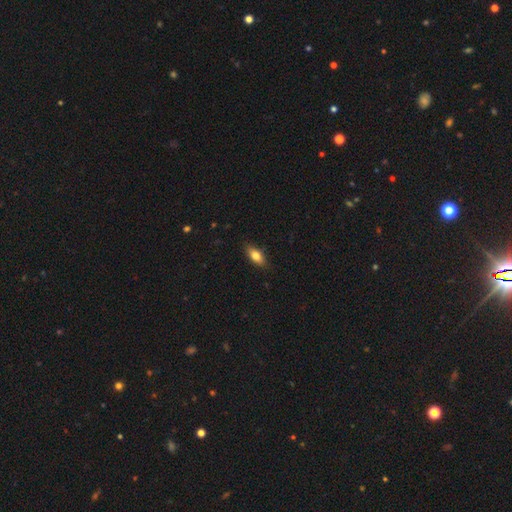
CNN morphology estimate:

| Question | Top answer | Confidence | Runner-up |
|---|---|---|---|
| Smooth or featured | smooth | 78% | featured or disk (15%) |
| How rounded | in between | 84% | cigar-shaped (11%) |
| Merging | none | 85% | minor disturbance (12%) |